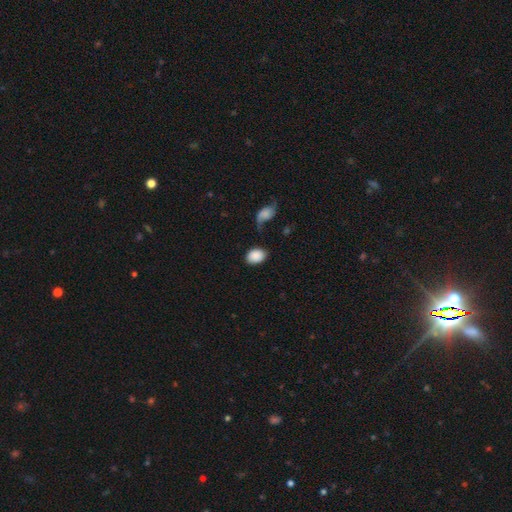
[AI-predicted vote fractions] Overall: smooth (86%). How rounded: in between (75%). Merging: none (67%).